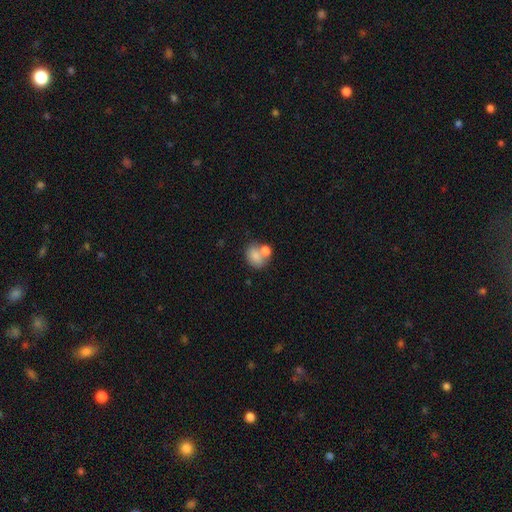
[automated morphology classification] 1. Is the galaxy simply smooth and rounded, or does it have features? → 79% smooth, 12% featured or disk, 9% star or artifact.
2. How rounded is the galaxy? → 51% in between, 48% round, 1% cigar-shaped.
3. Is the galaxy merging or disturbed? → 42% merger, 40% none, 12% minor disturbance, 5% major disturbance.